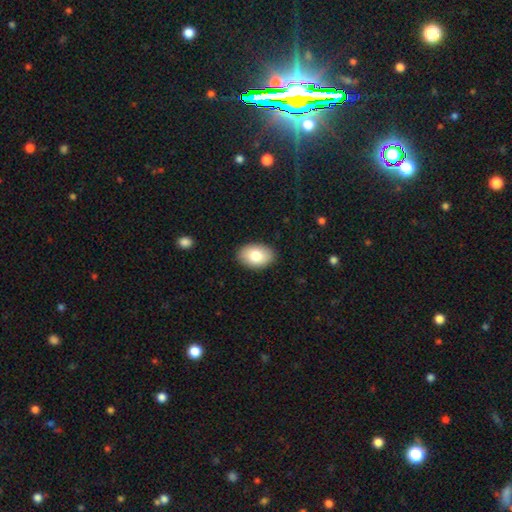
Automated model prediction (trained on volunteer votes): This is clearly a smooth galaxy (81%). How rounded: clearly in between (88%). Merging: clearly none (89%).